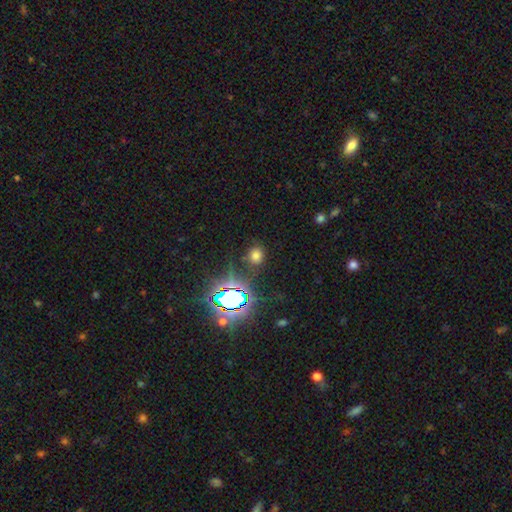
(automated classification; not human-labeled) Q: Smooth or featured?
A: smooth (61%); runner-up: star or artifact (32%)
Q: How rounded?
A: round (66%); runner-up: in between (33%)
Q: Merging?
A: none (81%); runner-up: minor disturbance (12%)